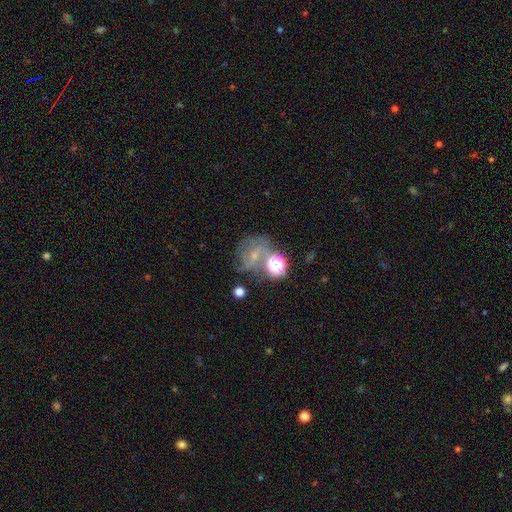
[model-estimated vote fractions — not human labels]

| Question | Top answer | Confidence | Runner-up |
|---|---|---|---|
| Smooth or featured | featured or disk | 44% | smooth (29%) |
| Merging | none | 53% | merger (17%) |